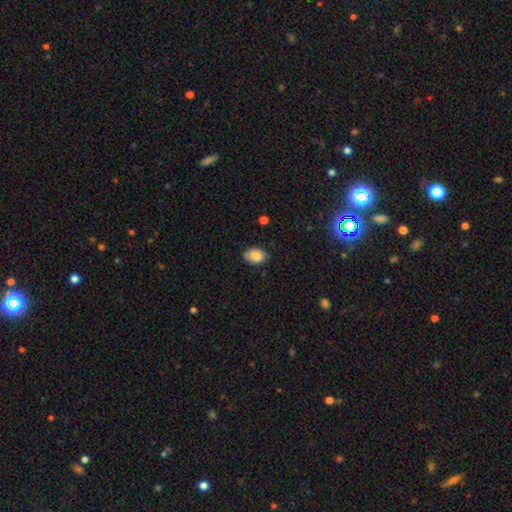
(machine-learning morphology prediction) A smooth galaxy with no disk features (82%) that is in between round and cigar-shaped (82%).

Vote fractions:
- Smooth or featured? smooth: 82% / featured or disk: 11% / star or artifact: 8%
- How rounded? in between: 82% / round: 17% / cigar-shaped: 1%
- Merging? none: 80% / minor disturbance: 16% / major disturbance: 3% / merger: 1%